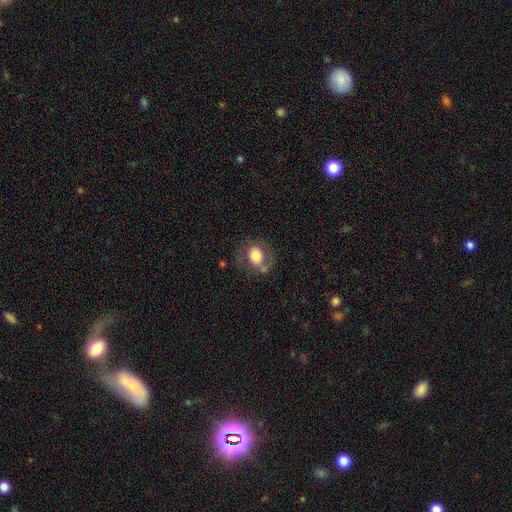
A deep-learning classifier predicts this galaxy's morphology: The model was most divided on "how rounded": round: 61%, in between: 38%, cigar-shaped: 1%. More confident: smooth or featured — smooth (62%); merging — none (57%).